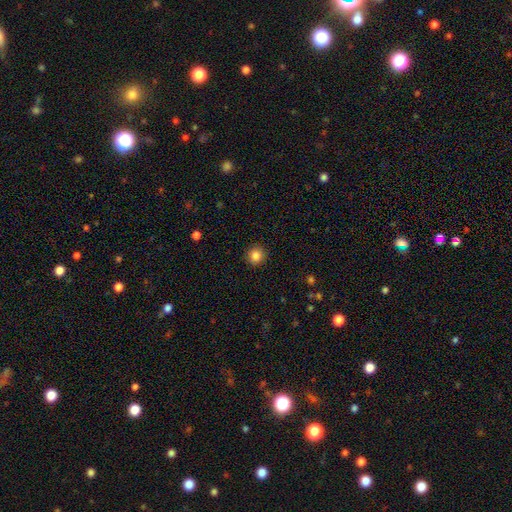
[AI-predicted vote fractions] The model was most divided on "smooth or featured": smooth: 85%, star or artifact: 10%, featured or disk: 5%. More confident: how rounded — round (92%); merging — none (92%).